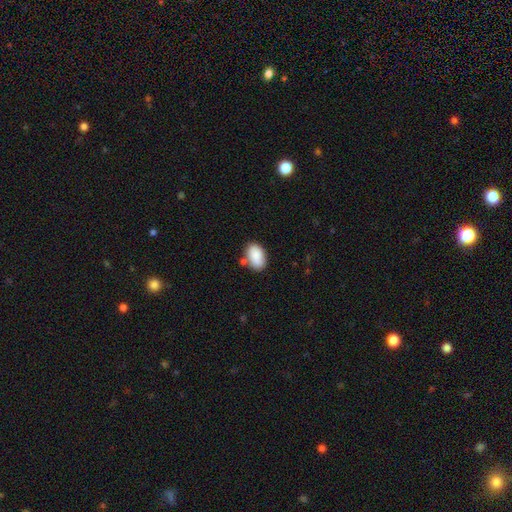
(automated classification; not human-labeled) smooth-or-featured: smooth: 89% | star or artifact: 7% | featured or disk: 5%
  how-rounded: in between: 92% | round: 7% | cigar-shaped: 1%
  merging: none: 73% | minor disturbance: 15% | merger: 8% | major disturbance: 3%